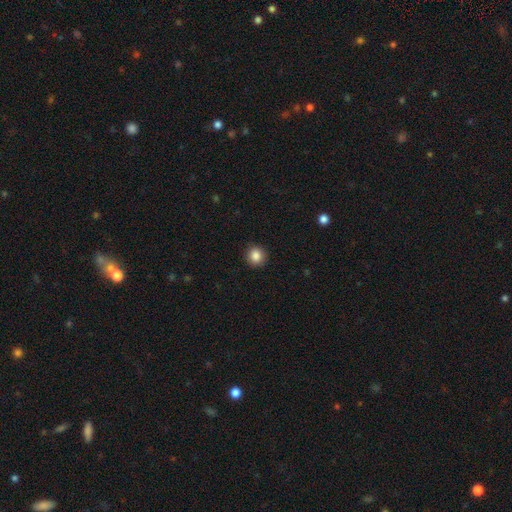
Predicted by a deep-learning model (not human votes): Smooth or featured: smooth — 86% (star or artifact — 10%)
How rounded: round — 91% (in between — 8%)
Merging: none — 91% (minor disturbance — 6%)